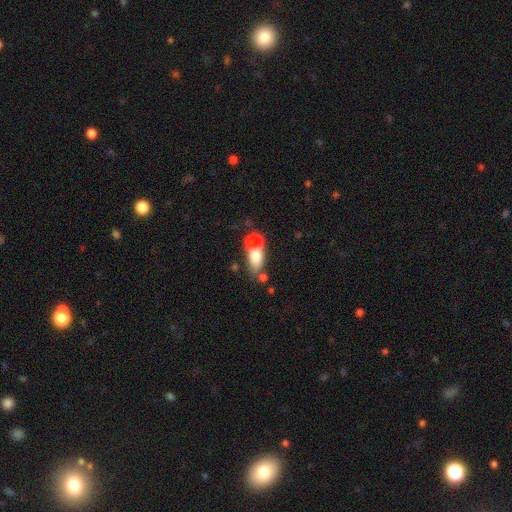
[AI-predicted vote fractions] Overall: smooth (69%). How rounded: in between (64%; round 25%). Merging: merger (69%).